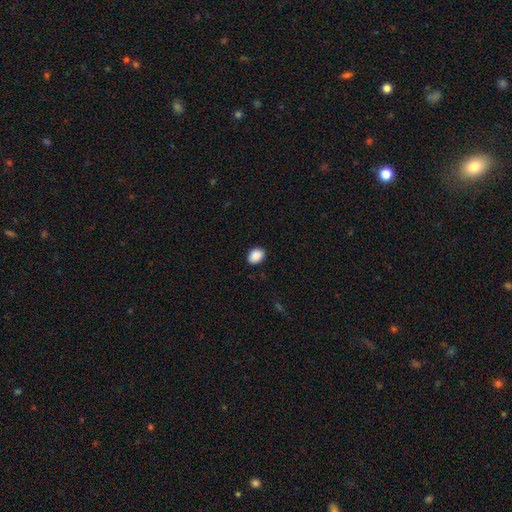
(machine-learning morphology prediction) type=smooth (90%); roundness=in between (71%); merging=none (89%).